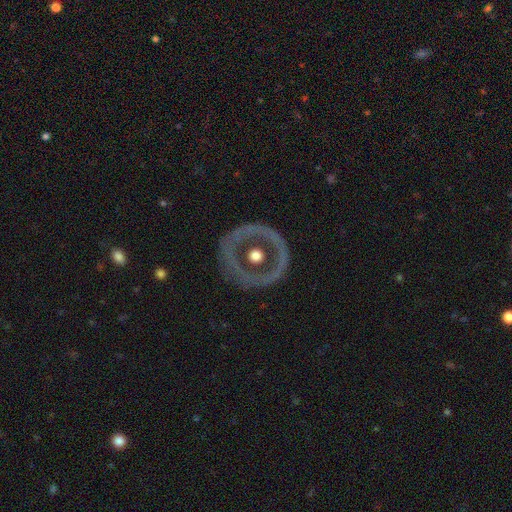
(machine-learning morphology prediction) This is possibly a featured or disk galaxy (60%). It is clearly not viewed edge-on (91%). Bar: clearly no (93%). Spiral arm pattern: clearly no (92%). Central bulge: clearly moderate (80%). Merging: clearly none (81%).